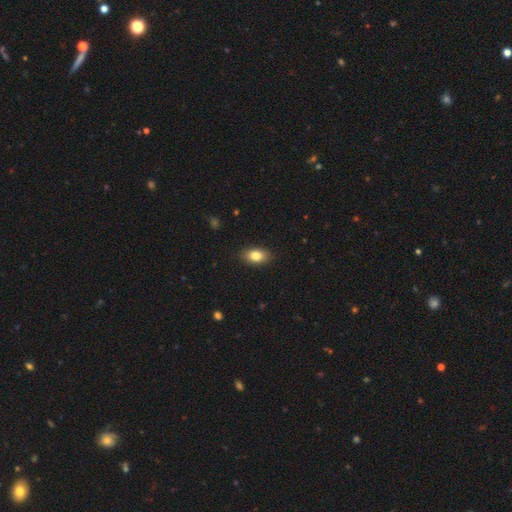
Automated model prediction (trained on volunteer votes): Q: Smooth or featured?
A: smooth (82%); runner-up: featured or disk (10%)
Q: How rounded?
A: in between (88%); runner-up: round (9%)
Q: Merging?
A: none (87%); runner-up: minor disturbance (10%)